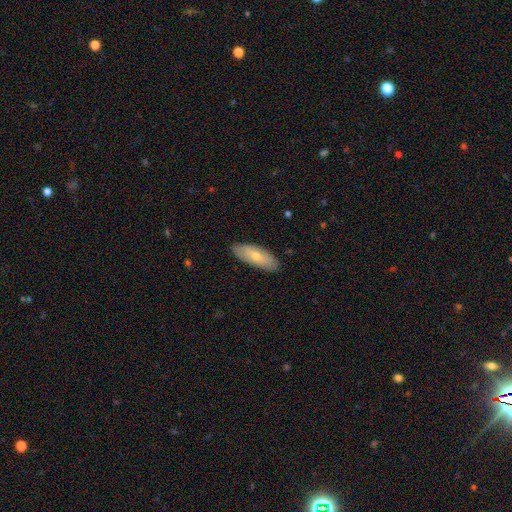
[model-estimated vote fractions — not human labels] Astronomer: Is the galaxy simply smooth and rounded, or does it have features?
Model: smooth — 56% (runner-up: featured or disk, 37%).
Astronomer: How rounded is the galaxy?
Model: in between — 72%.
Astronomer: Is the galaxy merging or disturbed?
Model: none — 87%.